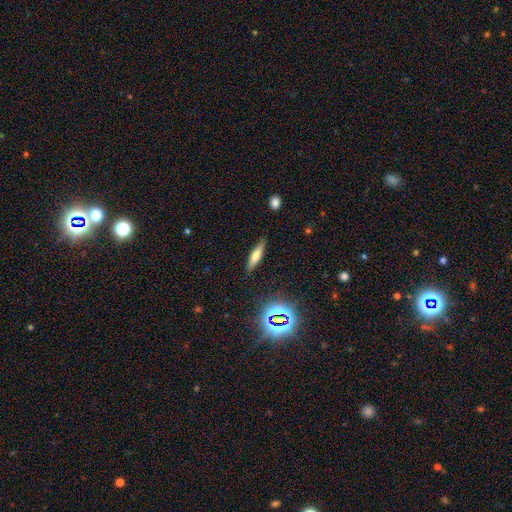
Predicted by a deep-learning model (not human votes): Overall: smooth (59%; featured or disk 28%). How rounded: cigar-shaped (75%). Merging: none (84%).